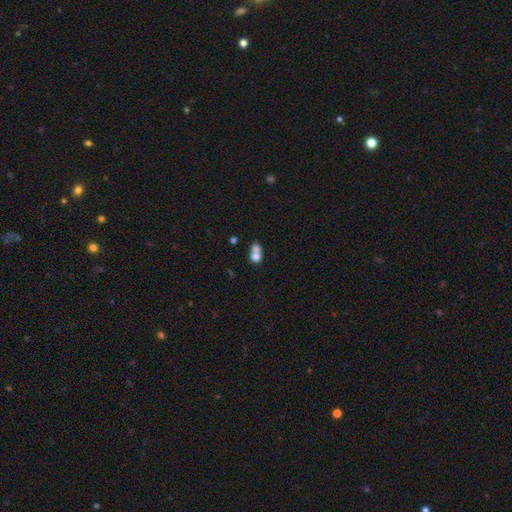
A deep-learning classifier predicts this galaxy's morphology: A smooth galaxy with no disk features (70%) that is round (67%). Merging: merger (65%).